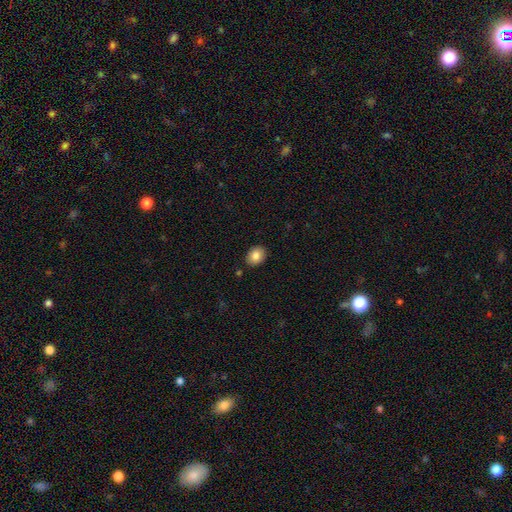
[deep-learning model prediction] Overall: smooth (83%). How rounded: in between (54%; round 45%). Merging: none (88%).